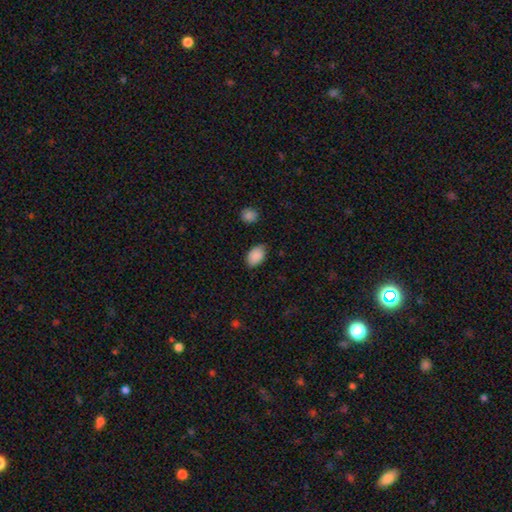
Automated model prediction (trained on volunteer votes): Smooth or featured?
  - smooth: 88% *
  - star or artifact: 7%
  - featured or disk: 4%
How rounded?
  - in between: 88% *
  - round: 11%
  - cigar-shaped: 1%
Merging?
  - none: 75% *
  - minor disturbance: 20%
  - major disturbance: 4%
  - merger: 2%